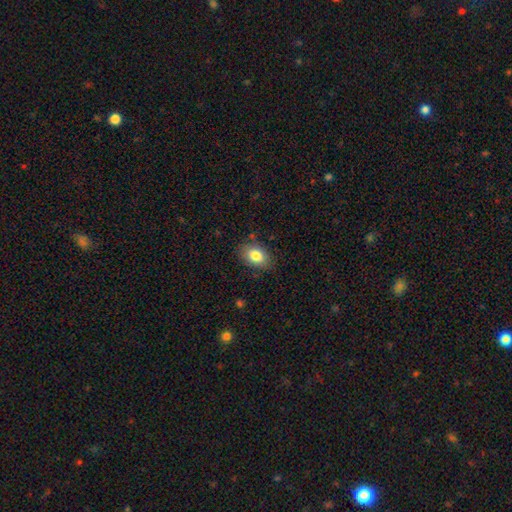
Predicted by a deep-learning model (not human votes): Smooth or featured? smooth (83%)
How rounded? in between (84%)
Merging? none (82%)